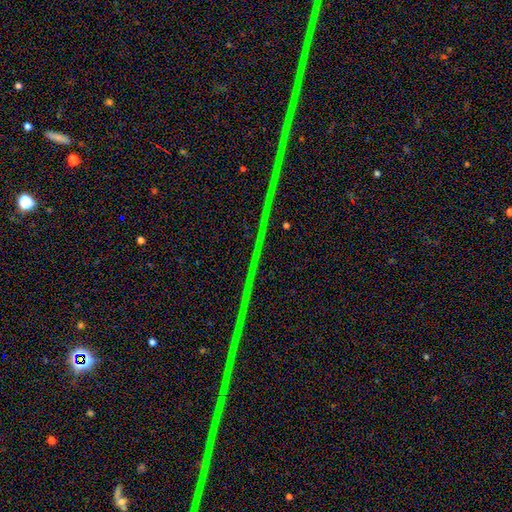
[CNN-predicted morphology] Smooth or featured? Predicted: star or artifact (p=0.89).